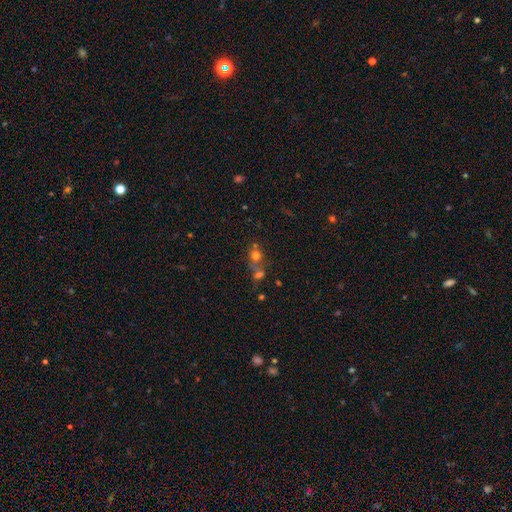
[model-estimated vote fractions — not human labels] Overall: smooth (62%; star or artifact 23%). How rounded: round (80%). Merging: none (43%, tied with merger).